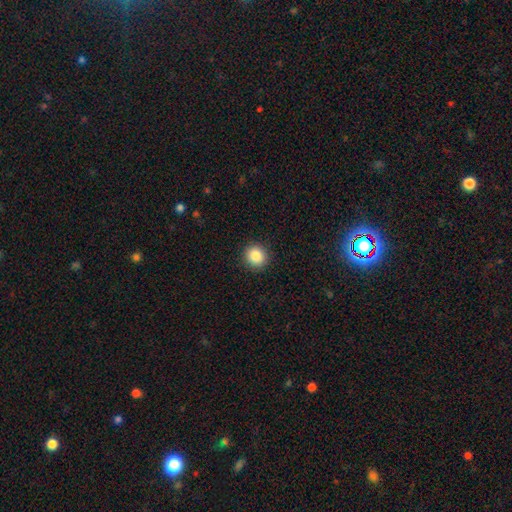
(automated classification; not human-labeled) A smooth galaxy with no disk features (86%) that is round (92%). Merging: none (91%).